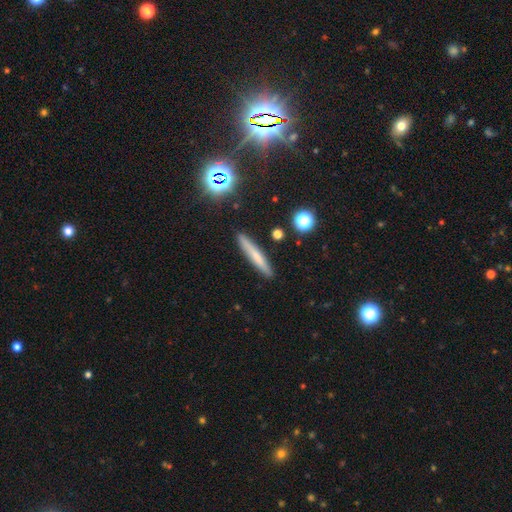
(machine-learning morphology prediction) smooth-or-featured: smooth: 63% | featured or disk: 26% | star or artifact: 11%
  how-rounded: cigar-shaped: 94% | in between: 4% | round: 2%
  merging: none: 90% | minor disturbance: 7% | major disturbance: 2% | merger: 2%